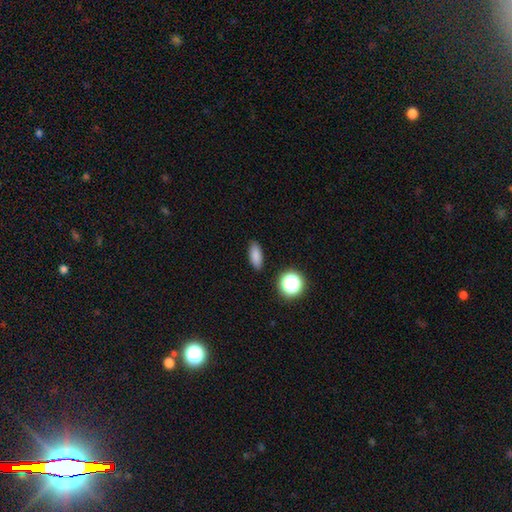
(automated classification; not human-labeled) Overall: smooth (83%). How rounded: in between (77%). Merging: none (88%).